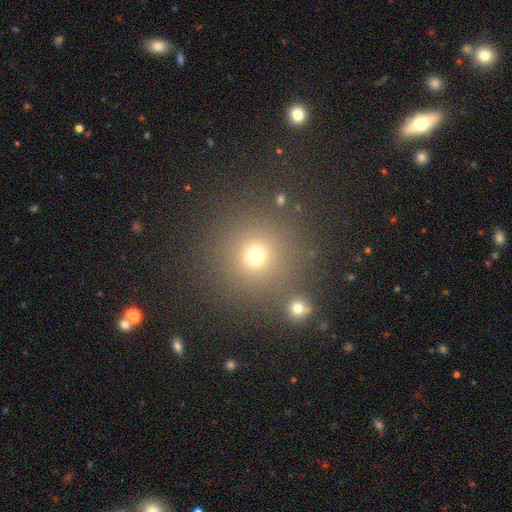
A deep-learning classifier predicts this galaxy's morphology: smooth 70%, star or artifact 22%, featured or disk 8%. Down the decision tree: how rounded — round (92%); merging — none (78%).